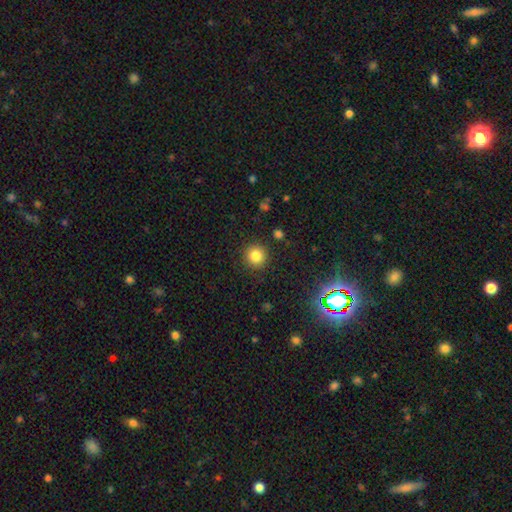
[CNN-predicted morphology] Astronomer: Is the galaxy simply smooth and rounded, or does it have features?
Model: smooth — 82%.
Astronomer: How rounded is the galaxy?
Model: round — 93%.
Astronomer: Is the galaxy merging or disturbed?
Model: none — 90%.